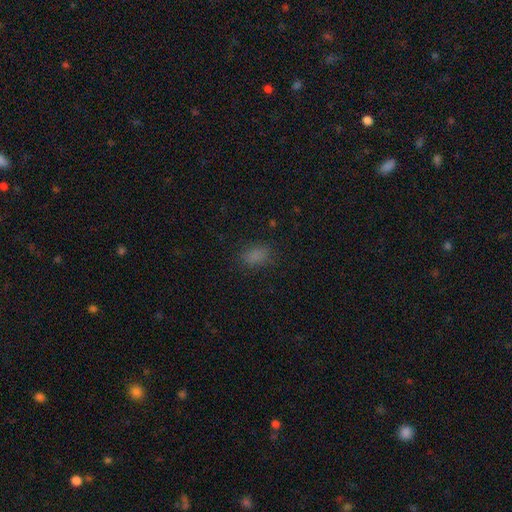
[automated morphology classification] smooth-or-featured: smooth: 81% | star or artifact: 14% | featured or disk: 5%
  how-rounded: in between: 82% | round: 15% | cigar-shaped: 2%
  merging: none: 80% | minor disturbance: 14% | major disturbance: 5% | merger: 1%